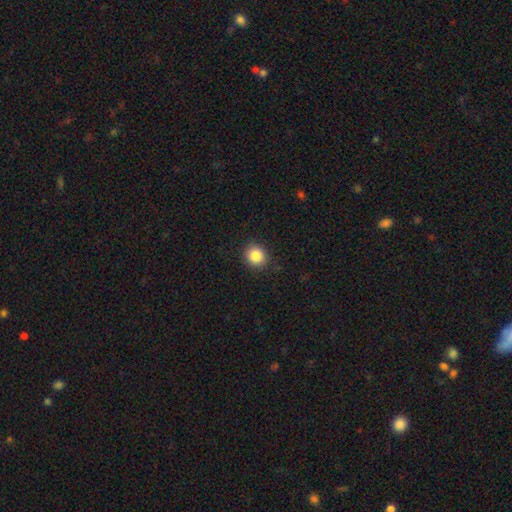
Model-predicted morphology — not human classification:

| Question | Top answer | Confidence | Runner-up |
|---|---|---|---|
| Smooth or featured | smooth | 86% | star or artifact (10%) |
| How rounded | round | 86% | in between (14%) |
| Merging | none | 89% | minor disturbance (8%) |